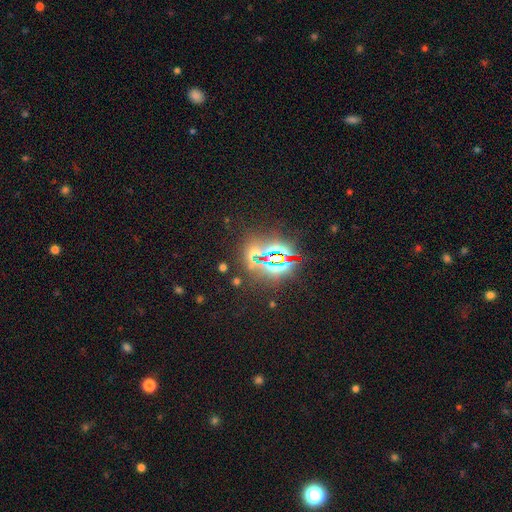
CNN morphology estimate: Smooth or featured? Predicted: star or artifact (p=0.76).